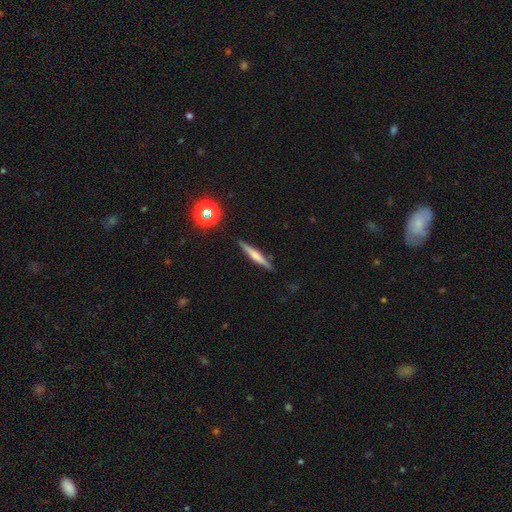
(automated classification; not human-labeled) A smooth galaxy with no disk features (46%, tied with featured or disk).

Vote fractions:
- Smooth or featured? smooth: 46% (tied) / featured or disk: 46% (tied) / star or artifact: 8%
- Merging? none: 88% / minor disturbance: 8% / major disturbance: 2% / merger: 2%